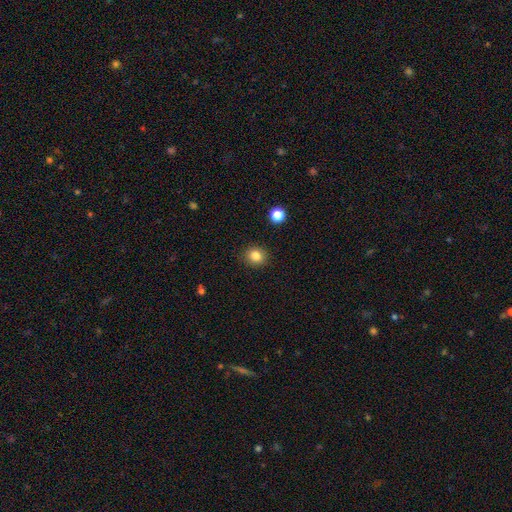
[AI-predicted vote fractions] Morphology: type=smooth (83%); roundness=round (78%); merging=none (90%).